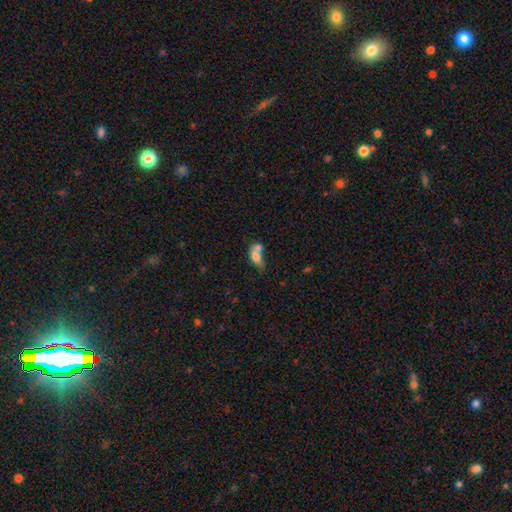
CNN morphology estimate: Smooth or featured?
  - smooth: 70% *
  - featured or disk: 21%
  - star or artifact: 9%
How rounded?
  - in between: 73% *
  - round: 18%
  - cigar-shaped: 9%
Merging?
  - merger: 66% *
  - none: 17%
  - minor disturbance: 10%
  - major disturbance: 8%